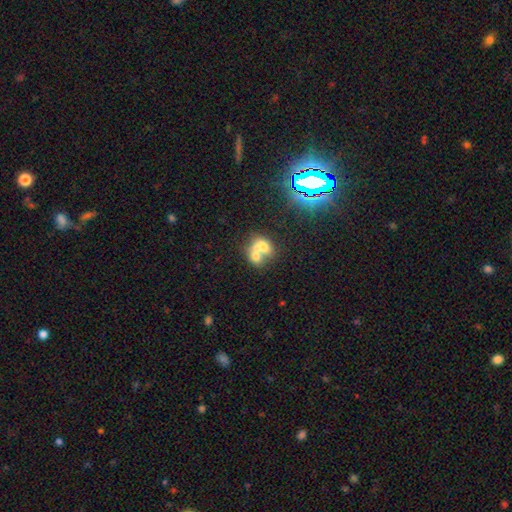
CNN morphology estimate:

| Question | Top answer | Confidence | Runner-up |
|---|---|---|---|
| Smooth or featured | smooth | 61% | featured or disk (26%) |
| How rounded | in between | 59% | round (39%) |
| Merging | merger | 72% | none (17%) |